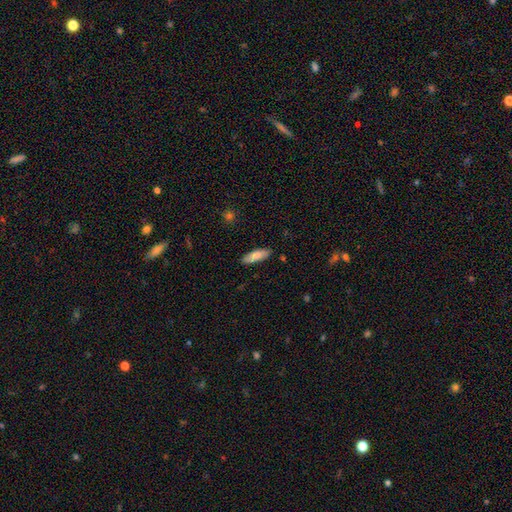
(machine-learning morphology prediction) This appears to be a smooth galaxy with no disk features (84%) that is in between round and cigar-shaped (53%). Merging: none (87%).